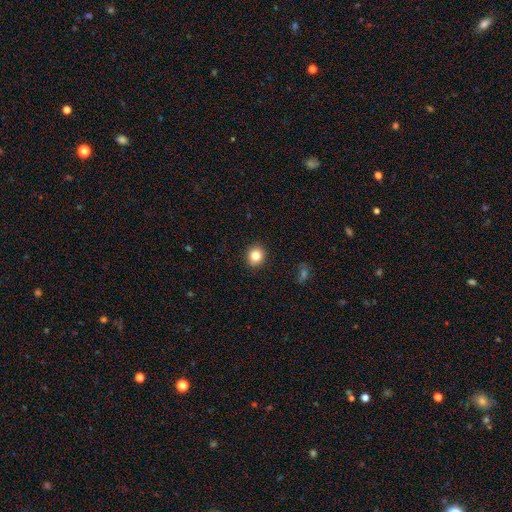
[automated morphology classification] Overall: smooth (82%). How rounded: round (83%). Merging: none (91%).